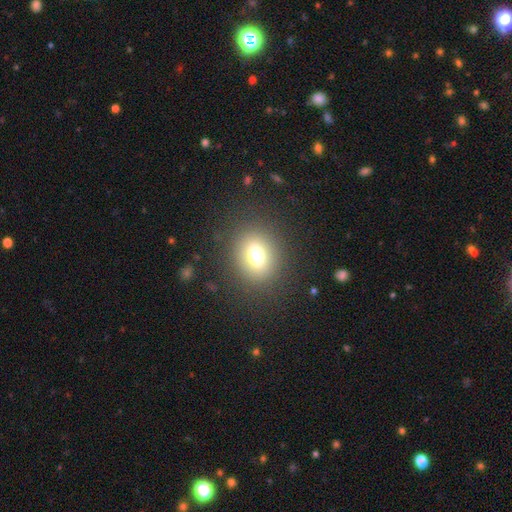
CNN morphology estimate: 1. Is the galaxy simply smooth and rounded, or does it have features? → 72% smooth, 15% star or artifact, 13% featured or disk.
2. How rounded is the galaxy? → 65% round, 34% in between, 1% cigar-shaped.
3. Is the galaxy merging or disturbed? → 86% none, 8% minor disturbance, 5% major disturbance, 1% merger.